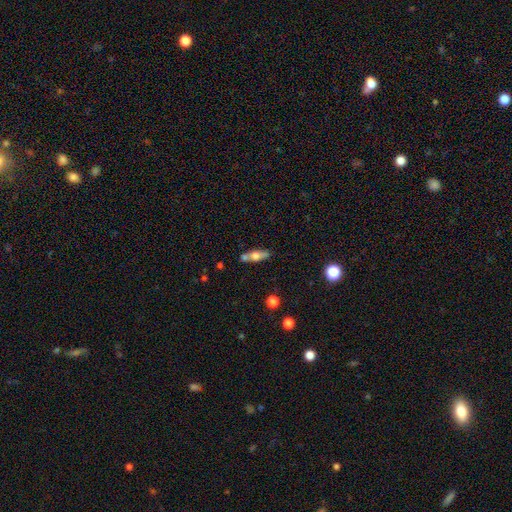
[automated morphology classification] Smooth or featured?
  - smooth: 57% *
  - featured or disk: 36%
  - star or artifact: 8%
How rounded?
  - in between: 54% *
  - cigar-shaped: 42%
  - round: 5%
Merging?
  - none: 60% *
  - merger: 21%
  - minor disturbance: 15%
  - major disturbance: 4%